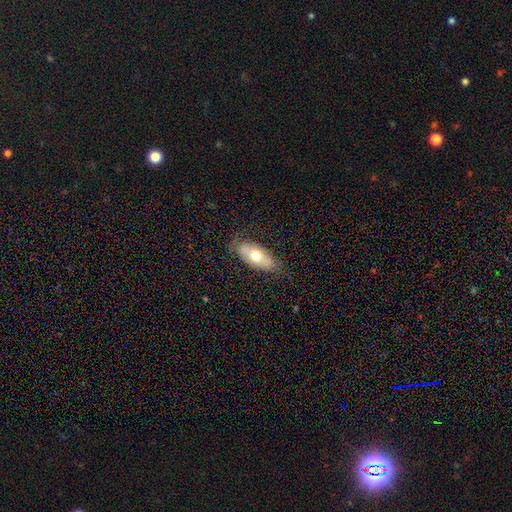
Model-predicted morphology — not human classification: Smooth or featured: smooth — 62% (featured or disk — 32%)
How rounded: in between — 87% (cigar-shaped — 10%)
Merging: none — 76% (minor disturbance — 18%)